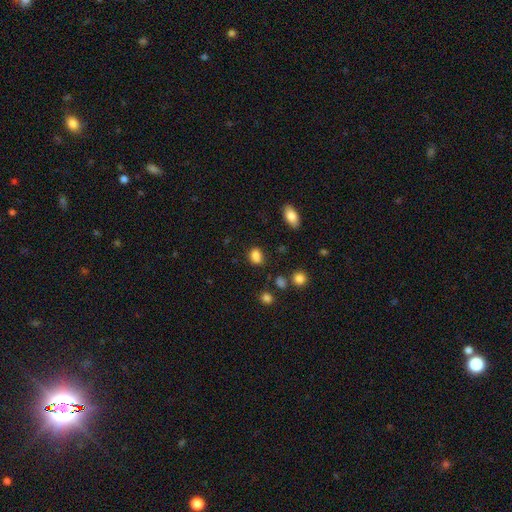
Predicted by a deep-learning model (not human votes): Smooth or featured? Predicted: smooth (p=0.84). How rounded? Predicted: in between (p=0.63). Merging? Predicted: none (p=0.74).